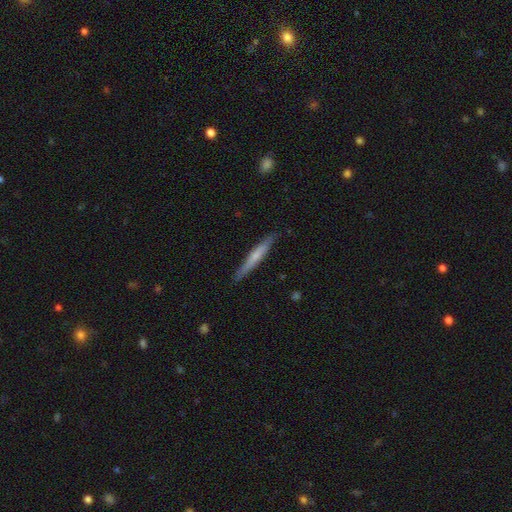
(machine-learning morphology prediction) Smooth or featured?
  - smooth: 52% *
  - featured or disk: 43%
  - star or artifact: 5%
How rounded?
  - cigar-shaped: 96% *
  - in between: 3%
  - round: 1%
Merging?
  - none: 87% *
  - minor disturbance: 10%
  - major disturbance: 2%
  - merger: 1%